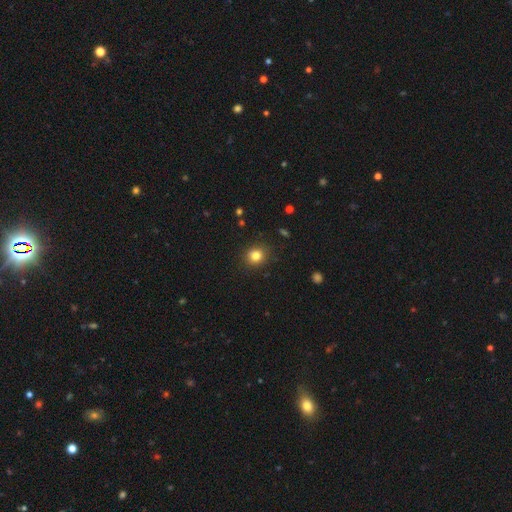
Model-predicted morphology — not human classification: smooth 82%, star or artifact 12%, featured or disk 6%. Down the decision tree: how rounded — round (82%); merging — none (89%).